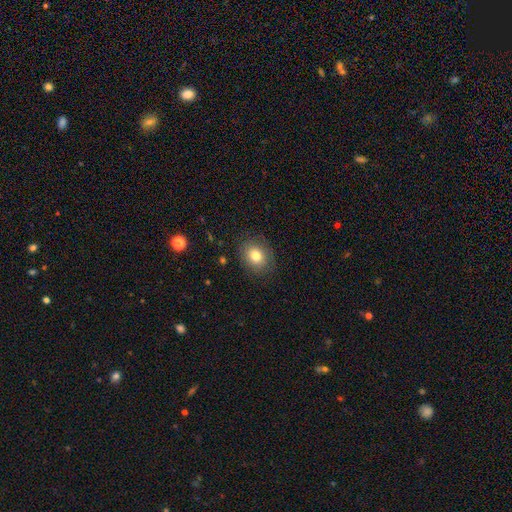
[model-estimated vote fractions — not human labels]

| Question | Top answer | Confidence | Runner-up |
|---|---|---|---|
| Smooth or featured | smooth | 79% | star or artifact (11%) |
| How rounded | round | 60% | in between (39%) |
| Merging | none | 86% | minor disturbance (10%) |